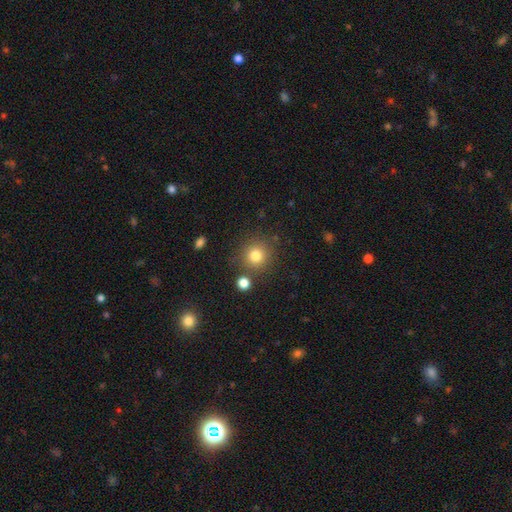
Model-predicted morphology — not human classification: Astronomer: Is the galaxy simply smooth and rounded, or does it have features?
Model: smooth — 80%.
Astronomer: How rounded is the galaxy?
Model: round — 92%.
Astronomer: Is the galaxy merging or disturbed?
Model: none — 81%.